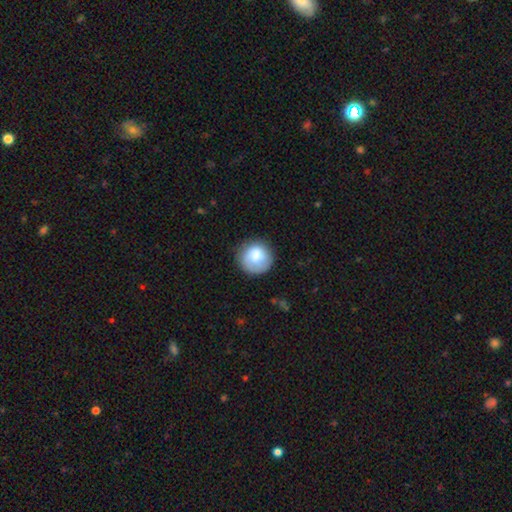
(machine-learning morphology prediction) A smooth galaxy with no disk features (82%) that is round (93%).

Vote fractions:
- Smooth or featured? smooth: 82% / featured or disk: 11% / star or artifact: 7%
- How rounded? round: 93% / in between: 6% / cigar-shaped: 1%
- Merging? none: 79% / minor disturbance: 15% / major disturbance: 5% / merger: 1%